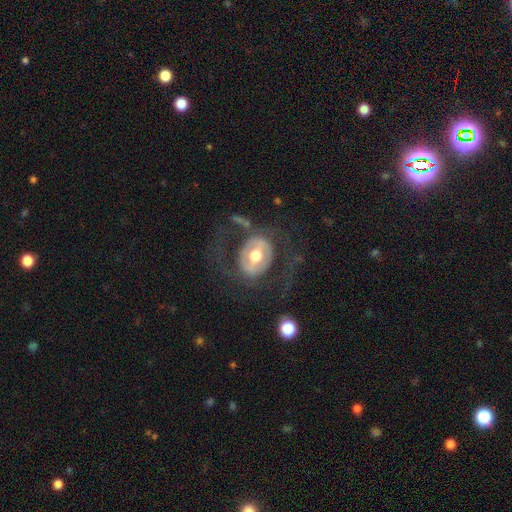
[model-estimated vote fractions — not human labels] This appears to be a featured or disk galaxy (66%) with a strong bar (35%), no spiral arms (63%) and a moderate central bulge (69%). Merging: none (59%).